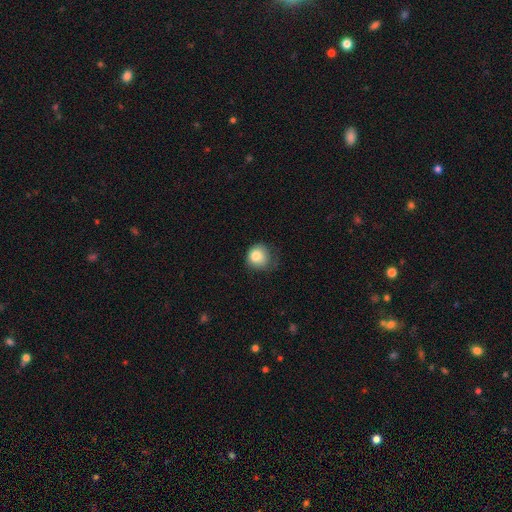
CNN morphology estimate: A smooth galaxy with no disk features (82%) that is round (85%). Merging: none (56%).